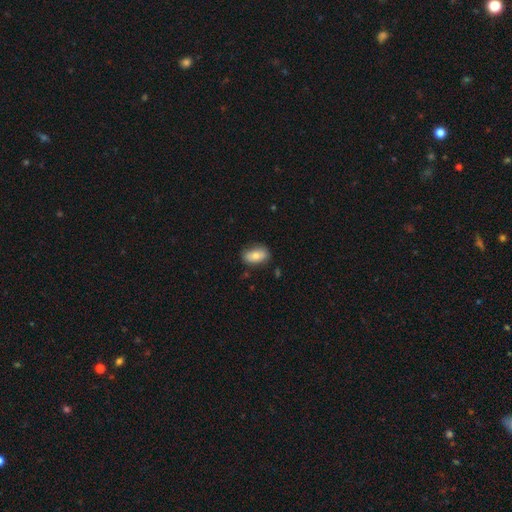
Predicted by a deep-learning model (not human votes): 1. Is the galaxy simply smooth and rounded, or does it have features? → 79% smooth, 14% featured or disk, 7% star or artifact.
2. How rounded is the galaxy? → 91% in between, 7% round, 2% cigar-shaped.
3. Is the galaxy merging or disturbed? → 76% none, 19% minor disturbance, 3% major disturbance, 2% merger.